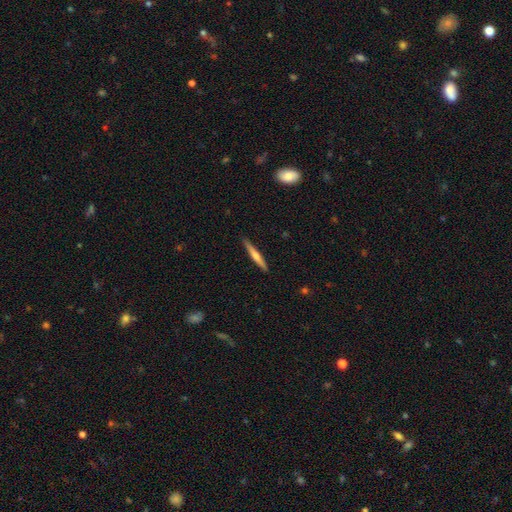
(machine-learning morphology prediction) Overall: featured or disk (51%; smooth 43%). Edge-on disk: yes (97%). Merging: none (91%).